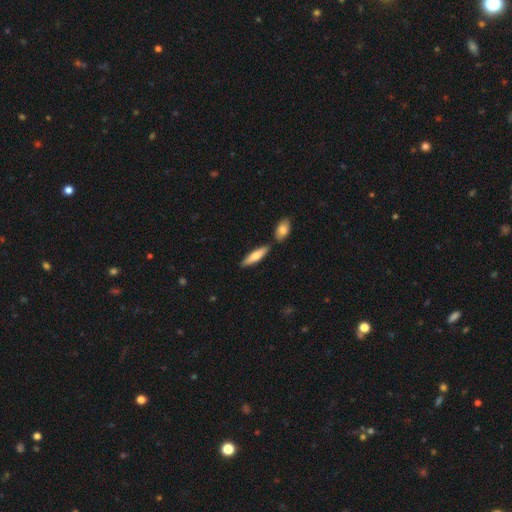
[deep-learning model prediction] The model was most divided on "how rounded": cigar-shaped: 67%, in between: 31%, round: 2%. More confident: merging — none (79%); smooth or featured — smooth (68%).